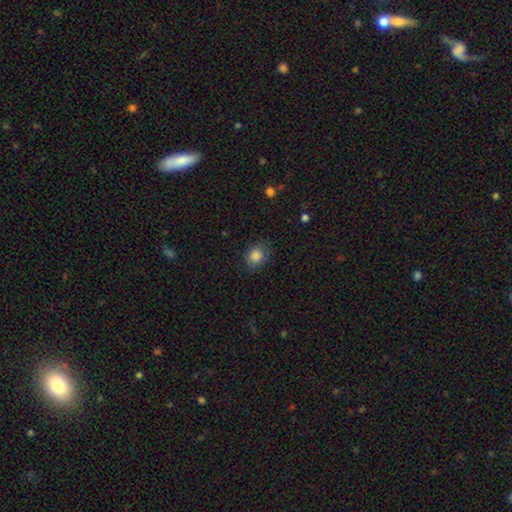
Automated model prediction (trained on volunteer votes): This is clearly a smooth galaxy (85%). How rounded: likely round (61%). Merging: likely none (77%).